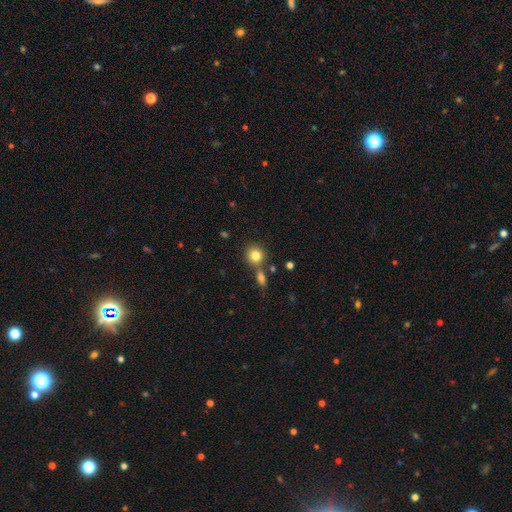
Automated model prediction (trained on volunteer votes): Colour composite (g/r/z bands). It shows a smooth galaxy with no disk features (82%) that is round (86%). Merging: none (66%).